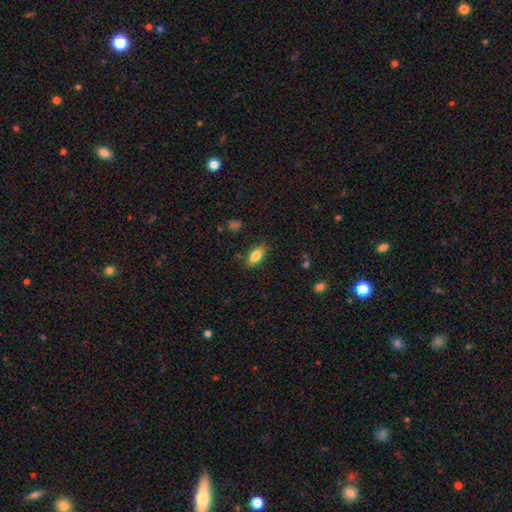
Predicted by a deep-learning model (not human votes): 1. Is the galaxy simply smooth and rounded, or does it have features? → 84% smooth, 9% featured or disk, 8% star or artifact.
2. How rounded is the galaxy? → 85% in between, 12% cigar-shaped, 3% round.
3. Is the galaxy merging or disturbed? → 84% none, 12% minor disturbance, 3% major disturbance, 1% merger.